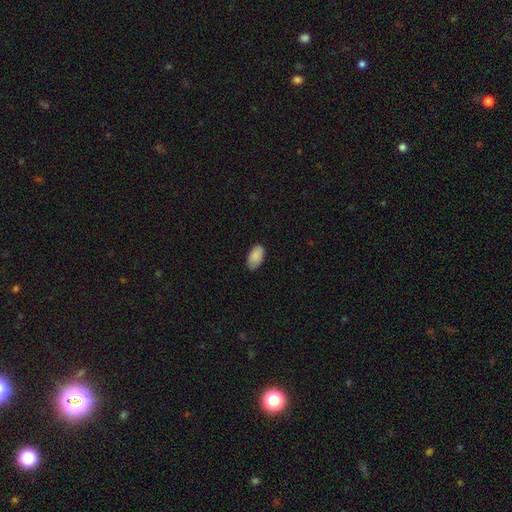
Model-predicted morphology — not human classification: A smooth galaxy with no disk features (89%) that is in between round and cigar-shaped (95%). Merging: none (80%).